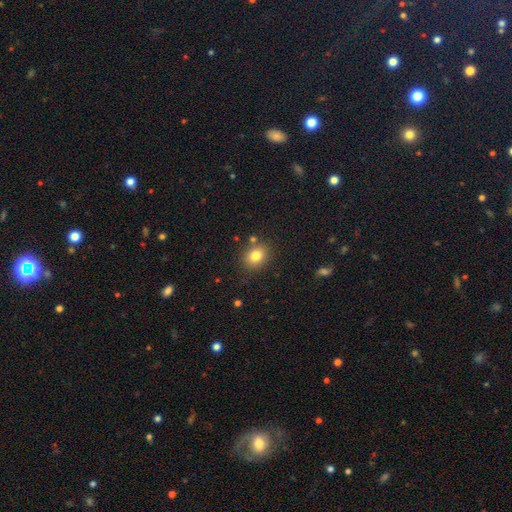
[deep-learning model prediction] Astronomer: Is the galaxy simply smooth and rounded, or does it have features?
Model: smooth — 80%.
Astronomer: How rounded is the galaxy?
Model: round — 54% (runner-up: in between, 45%).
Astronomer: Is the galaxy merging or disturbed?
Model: none — 82%.